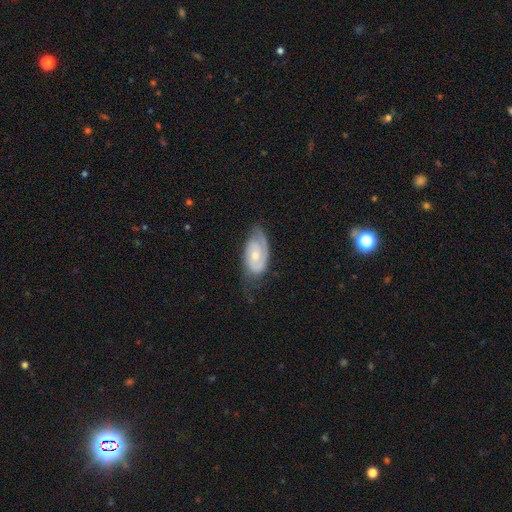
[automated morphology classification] Smooth or featured: featured or disk — 69% (smooth — 25%)
Edge-on disk: no — 95% (yes — 5%)
Bar: no — 66% (weak — 28%)
Spiral arms: yes — 87% (no — 13%)
Spiral winding: tight — 52% (medium — 34%)
Spiral arm count: 2 — 55% (1 — 20%)
Bulge size: small — 49% (moderate — 47%)
Merging: none — 58% (minor disturbance — 29%)